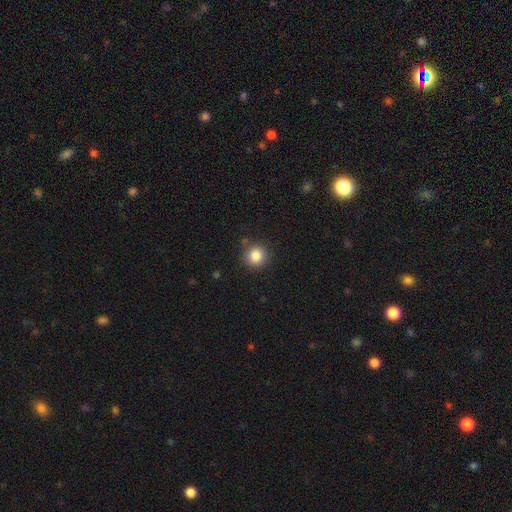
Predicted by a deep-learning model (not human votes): smooth-or-featured: smooth: 85% | star or artifact: 10% | featured or disk: 5%
  how-rounded: round: 92% | in between: 7% | cigar-shaped: 1%
  merging: none: 86% | minor disturbance: 9% | major disturbance: 3% | merger: 3%